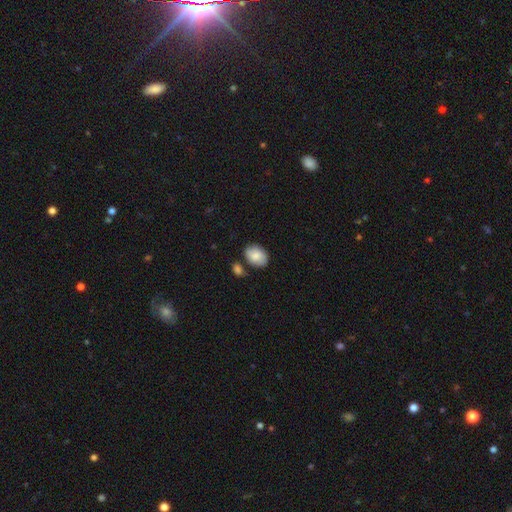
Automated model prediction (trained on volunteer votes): This is clearly a smooth galaxy (84%). How rounded: likely in between (75%). Merging: likely none (69%).